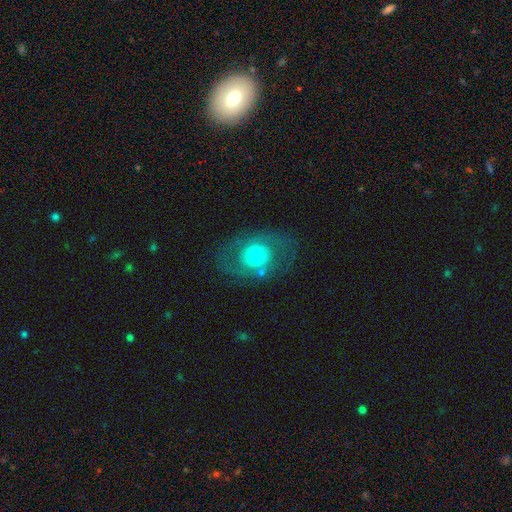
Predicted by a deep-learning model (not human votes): featured or disk 57%, smooth 35%, star or artifact 8%. Down the decision tree: edge-on disk — no (95%); bar — no (76%); spiral arms — yes (53%); bulge size — moderate (51%); merging — none (71%).